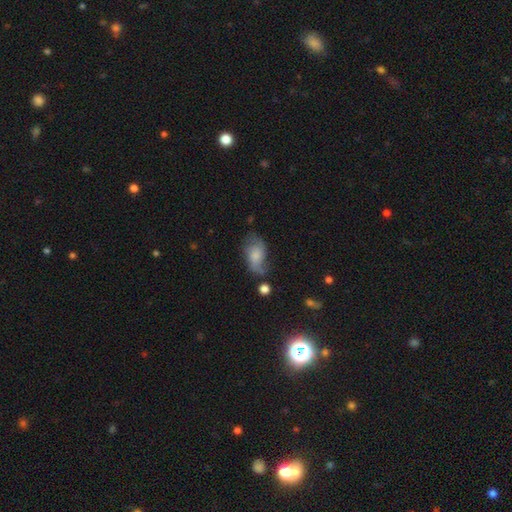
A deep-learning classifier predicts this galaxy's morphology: Smooth or featured? Predicted: smooth (p=0.50). Merging? Predicted: none (p=0.43).